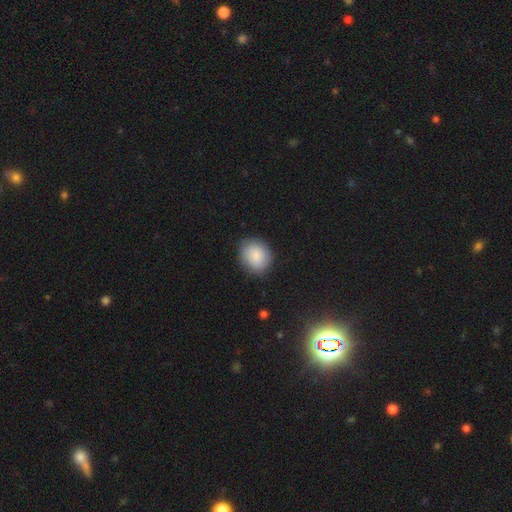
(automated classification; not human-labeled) A smooth galaxy with no disk features (88%) that is round (67%). Merging: none (84%).